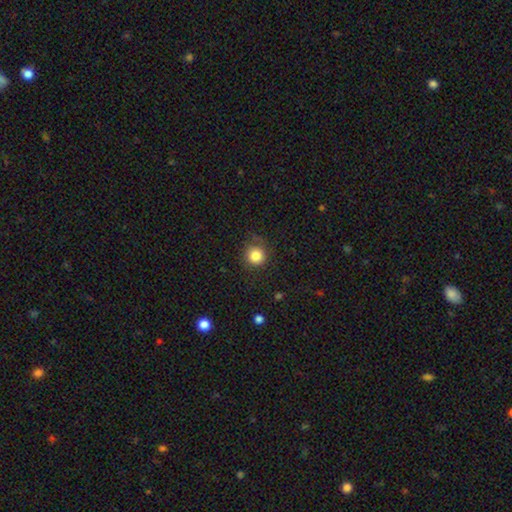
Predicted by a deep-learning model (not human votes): Q: Smooth or featured?
A: smooth (84%); runner-up: star or artifact (10%)
Q: How rounded?
A: round (92%); runner-up: in between (7%)
Q: Merging?
A: none (79%); runner-up: minor disturbance (14%)